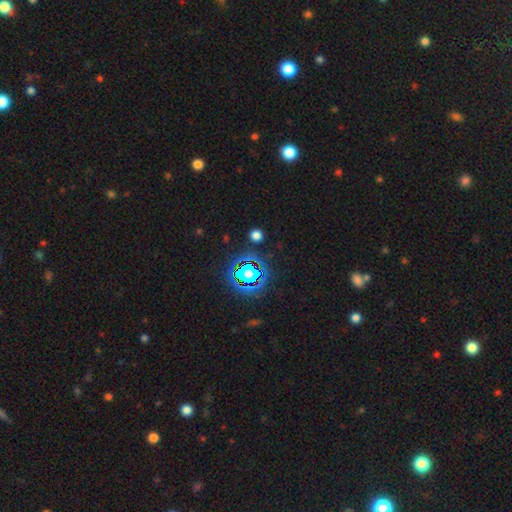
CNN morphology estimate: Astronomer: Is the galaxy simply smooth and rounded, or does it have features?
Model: star or artifact — 76%.